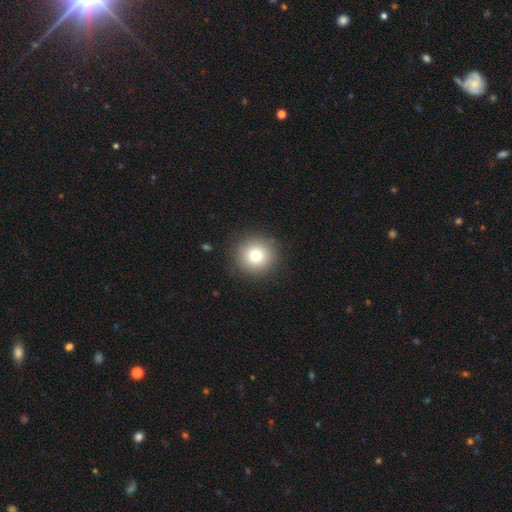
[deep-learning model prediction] This is likely a smooth galaxy (77%). How rounded: clearly round (94%). Merging: clearly none (90%).